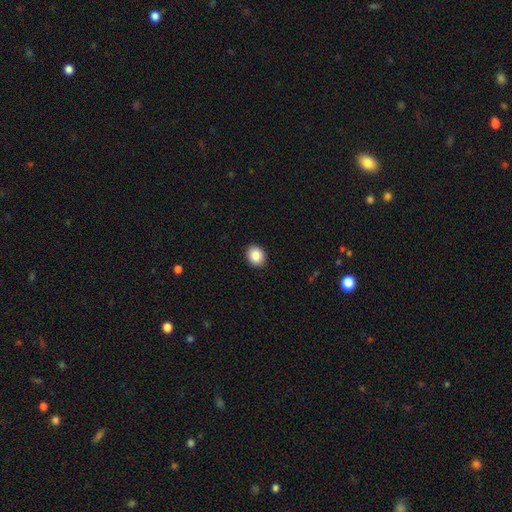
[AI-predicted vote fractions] A smooth galaxy with no disk features (87%) that is in between round and cigar-shaped (50%).

Vote fractions:
- Smooth or featured? smooth: 87% / star or artifact: 8% / featured or disk: 5%
- How rounded? in between: 50% / round: 49% / cigar-shaped: 1%
- Merging? none: 91% / minor disturbance: 6% / major disturbance: 2% / merger: 1%